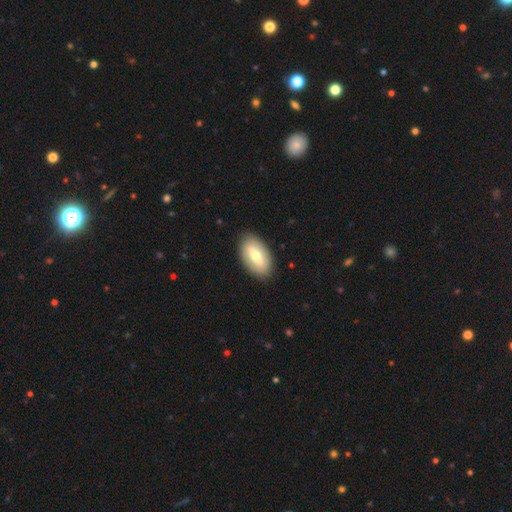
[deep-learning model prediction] A smooth galaxy with no disk features (57%) that is in between round and cigar-shaped (92%). Merging: none (86%).